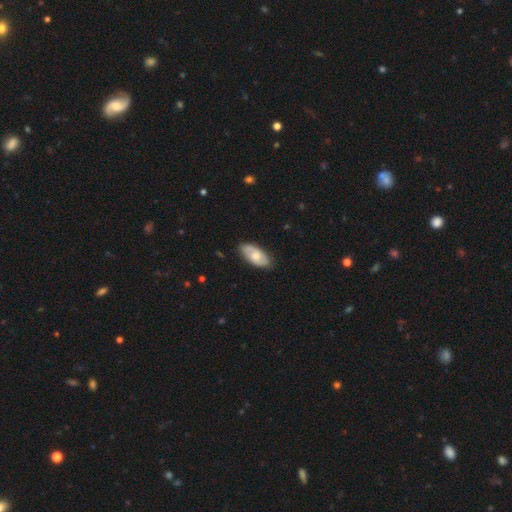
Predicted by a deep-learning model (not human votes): The model was most divided on "smooth or featured": smooth: 54%, featured or disk: 40%, star or artifact: 6%. More confident: how rounded — in between (92%); merging — none (82%).